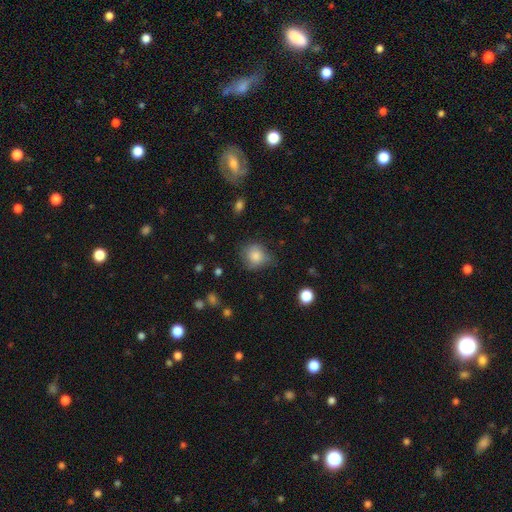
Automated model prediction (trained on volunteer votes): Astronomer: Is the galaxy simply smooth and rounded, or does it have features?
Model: smooth — 82%.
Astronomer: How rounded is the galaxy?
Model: round — 77%.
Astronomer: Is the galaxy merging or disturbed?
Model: none — 61%.